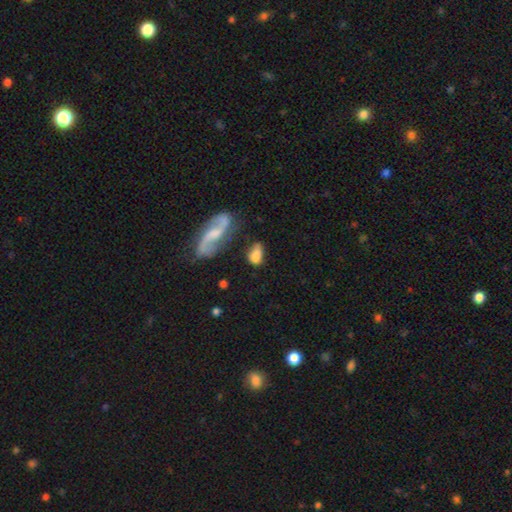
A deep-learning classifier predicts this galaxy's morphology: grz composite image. It shows a smooth galaxy with no disk features (66%) that is in between round and cigar-shaped (86%). Merging: none (50%).